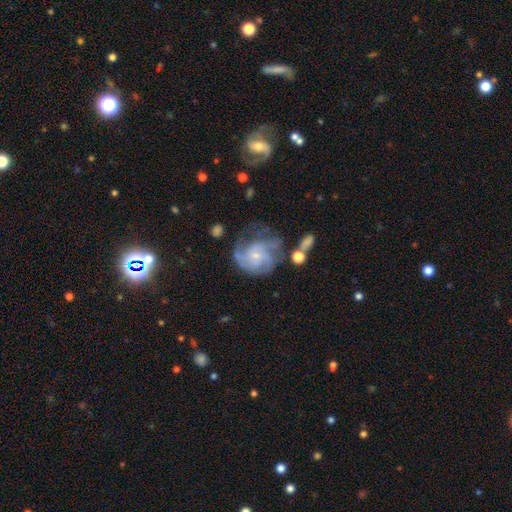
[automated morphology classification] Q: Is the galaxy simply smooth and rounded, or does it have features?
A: featured or disk — 80%.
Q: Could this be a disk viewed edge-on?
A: no — 98%.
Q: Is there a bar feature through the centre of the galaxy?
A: no — 70%.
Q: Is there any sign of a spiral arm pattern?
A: yes — 93%.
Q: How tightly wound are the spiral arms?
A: tight — 44%.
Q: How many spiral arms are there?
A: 3 — 31%.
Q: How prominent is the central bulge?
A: small — 70%.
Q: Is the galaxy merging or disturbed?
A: none — 48%.